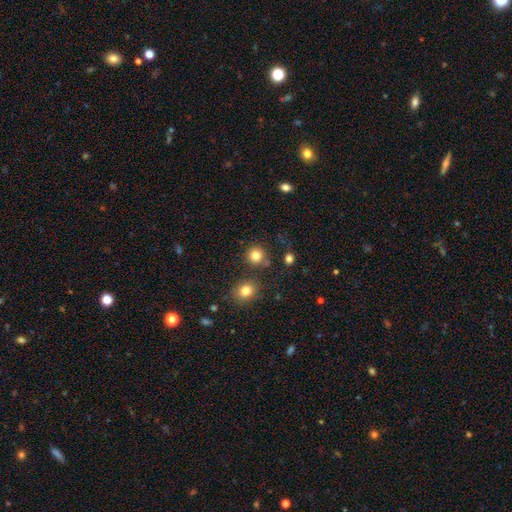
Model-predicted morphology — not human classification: A smooth galaxy with no disk features (82%) that is round (91%).

Vote fractions:
- Smooth or featured? smooth: 82% / star or artifact: 12% / featured or disk: 6%
- How rounded? round: 91% / in between: 8% / cigar-shaped: 1%
- Merging? none: 80% / minor disturbance: 9% / merger: 8% / major disturbance: 3%